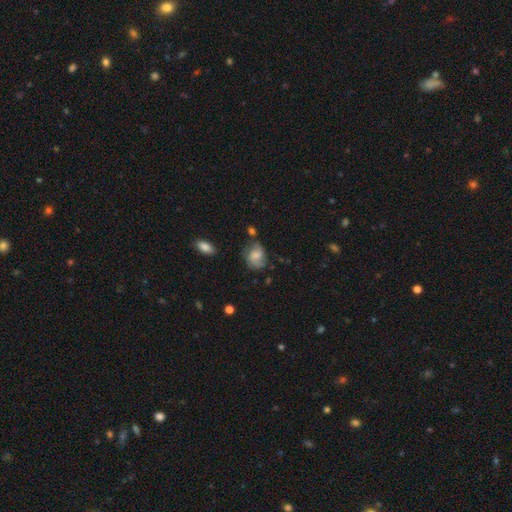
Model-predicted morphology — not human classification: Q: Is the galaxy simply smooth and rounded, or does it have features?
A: smooth — 54%.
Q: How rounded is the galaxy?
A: in between — 58%.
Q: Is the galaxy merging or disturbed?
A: none — 57%.